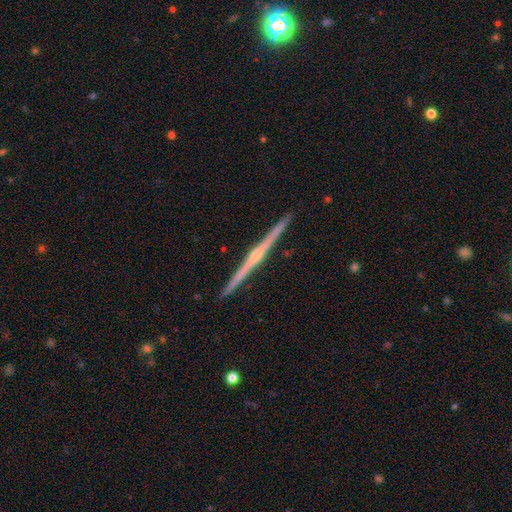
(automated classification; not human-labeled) Smooth or featured? Predicted: featured or disk (p=0.86). Edge-on disk? Predicted: yes (p=0.99). Edge-on bulge? Predicted: rounded (p=0.81). Merging? Predicted: none (p=0.93).